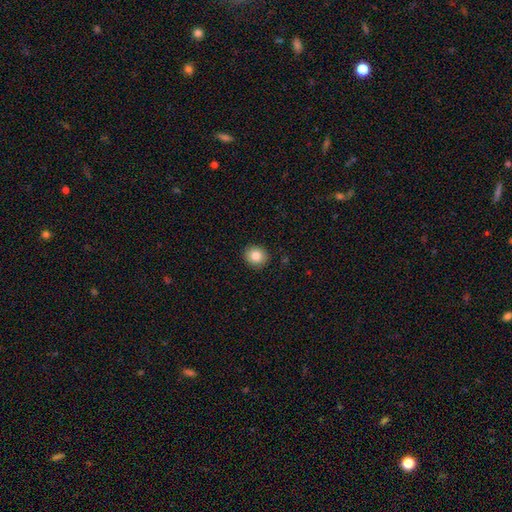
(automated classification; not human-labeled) smooth 85%, star or artifact 9%, featured or disk 6%. Down the decision tree: how rounded — round (81%); merging — none (90%).